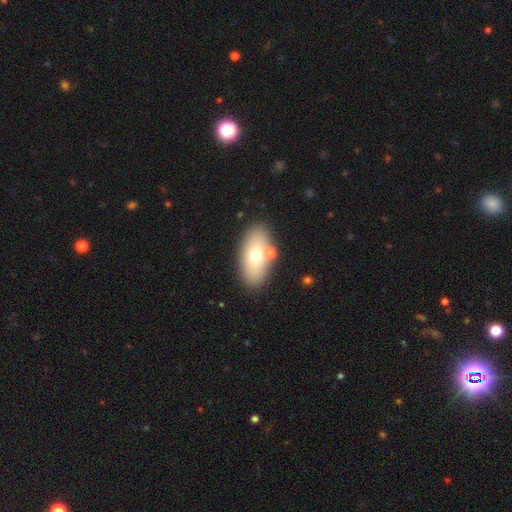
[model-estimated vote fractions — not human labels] Morphology: type=smooth (66%); roundness=in between (90%); merging=none (75%).